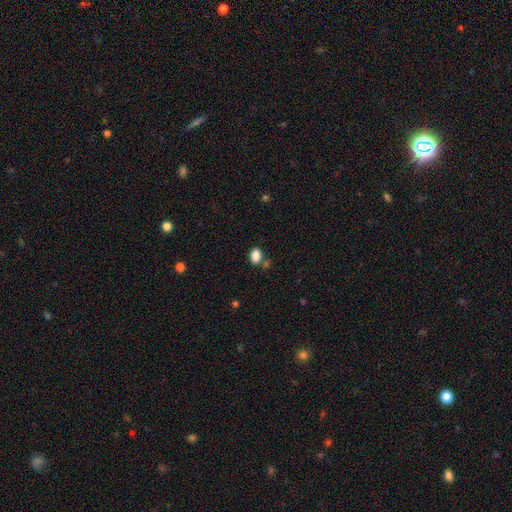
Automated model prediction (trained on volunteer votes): smooth-or-featured: smooth: 86% | star or artifact: 9% | featured or disk: 4%
  how-rounded: in between: 83% | round: 16% | cigar-shaped: 1%
  merging: none: 70% | minor disturbance: 14% | merger: 12% | major disturbance: 4%